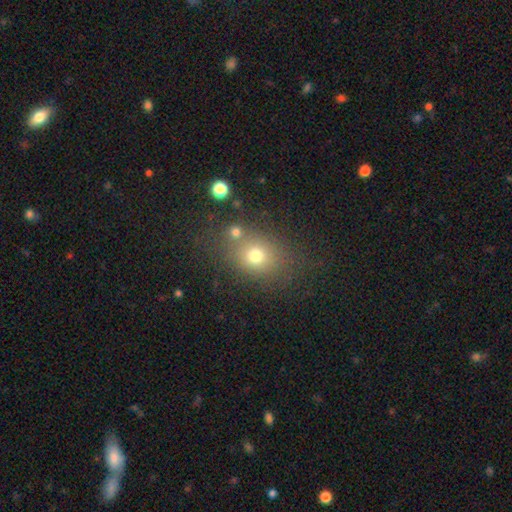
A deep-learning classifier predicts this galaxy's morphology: type=smooth (70%); roundness=round (50%); merging=none (67%).